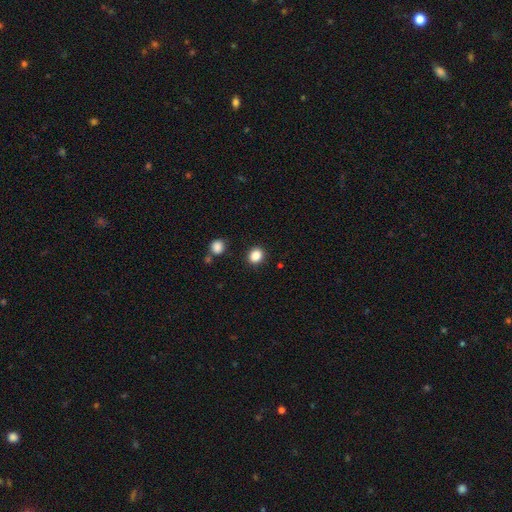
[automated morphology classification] A smooth galaxy with no disk features (87%) that is round (72%).

Vote fractions:
- Smooth or featured? smooth: 87% / star or artifact: 10% / featured or disk: 3%
- How rounded? round: 72% / in between: 27% / cigar-shaped: 1%
- Merging? none: 89% / minor disturbance: 7% / major disturbance: 2% / merger: 2%